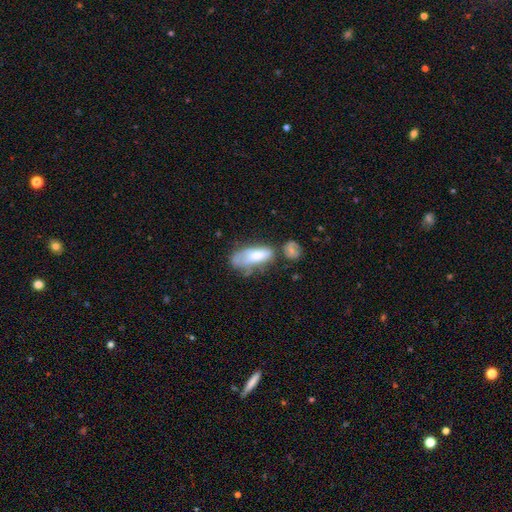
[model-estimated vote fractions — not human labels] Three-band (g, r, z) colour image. It shows a smooth galaxy with no disk features (62%) that is in between round and cigar-shaped (76%). Merging: none (28%, tied with major disturbance).